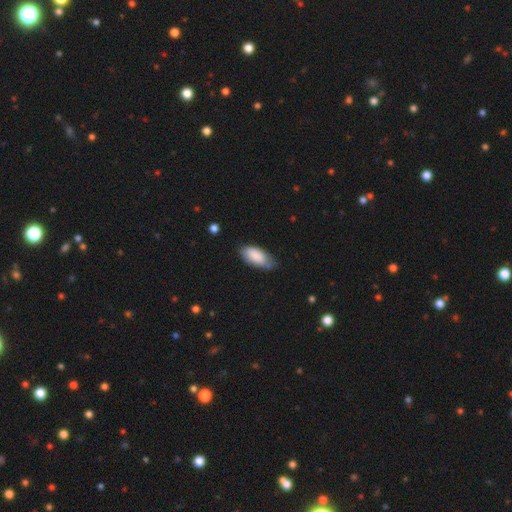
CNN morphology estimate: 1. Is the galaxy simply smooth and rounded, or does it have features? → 86% smooth, 9% featured or disk, 6% star or artifact.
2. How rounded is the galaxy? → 91% in between, 7% cigar-shaped, 2% round.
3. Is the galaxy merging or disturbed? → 61% none, 31% minor disturbance, 6% major disturbance, 2% merger.